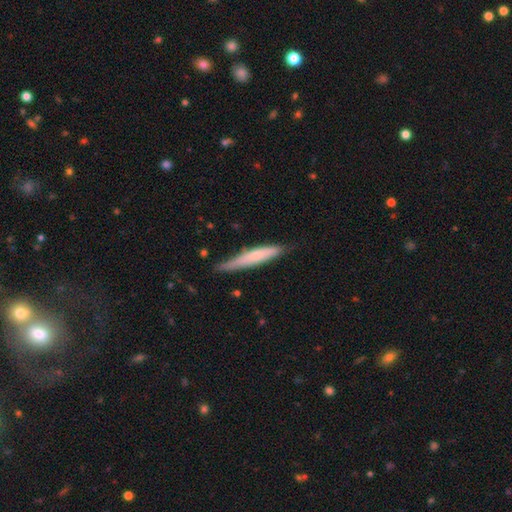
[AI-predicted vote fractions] This appears to be a smooth galaxy with no disk features (59%) that is cigar-shaped (91%). Merging: none (70%).